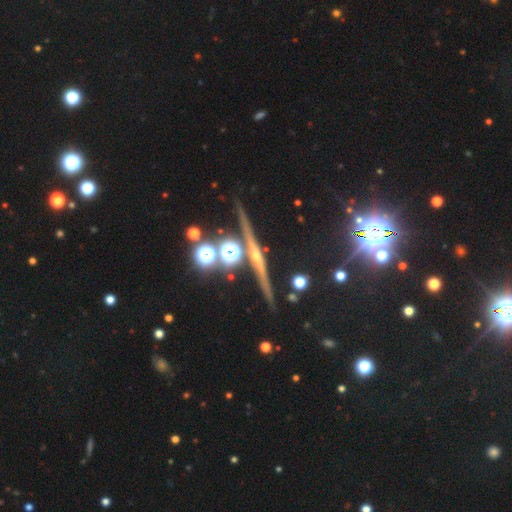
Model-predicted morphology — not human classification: A featured or disk galaxy (76%) viewed edge-on (97%) with a rounded central bulge (81%).

Vote fractions:
- Smooth or featured? featured or disk: 76% / star or artifact: 16% / smooth: 8%
- Edge-on disk? yes: 97% / no: 3%
- Edge-on bulge? rounded: 81% / none: 12% / boxy: 7%
- Merging? none: 87% / minor disturbance: 7% / merger: 3% / major disturbance: 2%